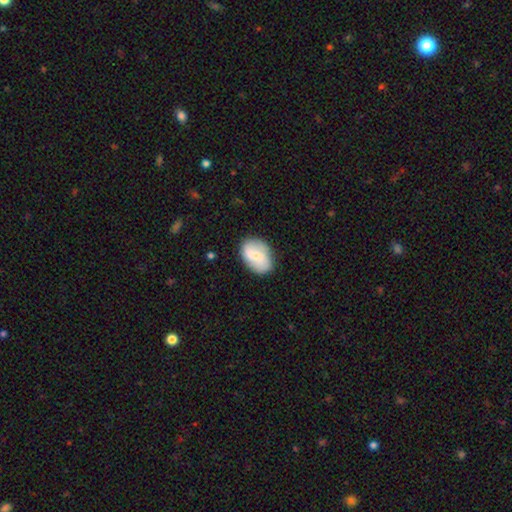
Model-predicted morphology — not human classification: smooth-or-featured: smooth: 53% | featured or disk: 40% | star or artifact: 7%
  how-rounded: in between: 82% | round: 16% | cigar-shaped: 1%
  merging: none: 79% | minor disturbance: 15% | major disturbance: 4% | merger: 2%